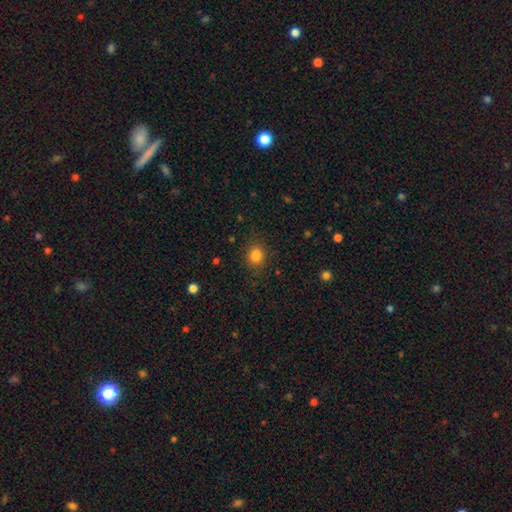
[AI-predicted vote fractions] Overall: smooth (83%). How rounded: round (62%; in between 37%). Merging: none (83%).